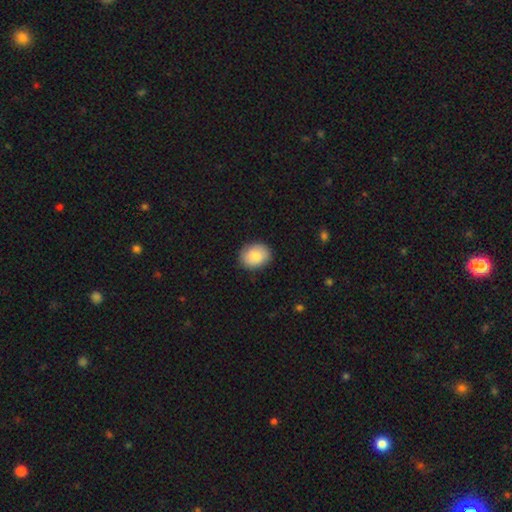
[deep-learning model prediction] Smooth or featured? smooth (84%)
How rounded? round (50%)
Merging? none (88%)